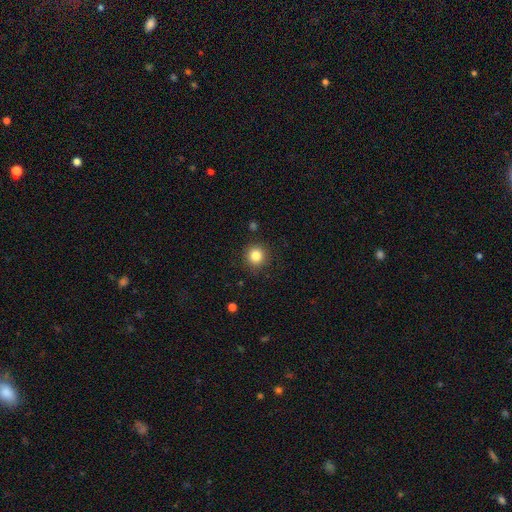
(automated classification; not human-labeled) This is clearly a smooth galaxy (84%). How rounded: clearly round (94%). Merging: clearly none (90%).